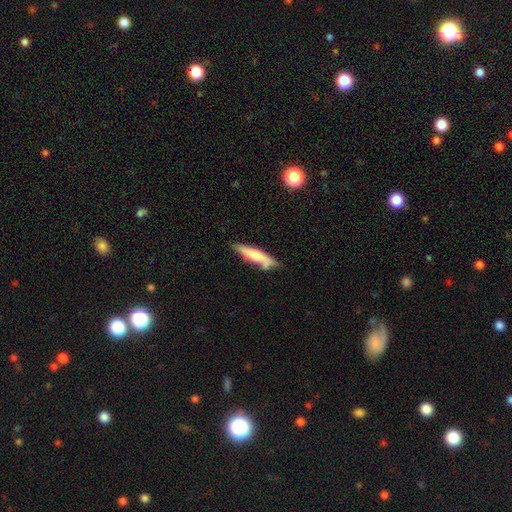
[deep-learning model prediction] A smooth galaxy with no disk features (66%) that is cigar-shaped (79%).

Vote fractions:
- Smooth or featured? smooth: 66% / featured or disk: 28% / star or artifact: 6%
- How rounded? cigar-shaped: 79% / in between: 19% / round: 2%
- Merging? none: 58% / minor disturbance: 26% / merger: 10% / major disturbance: 6%